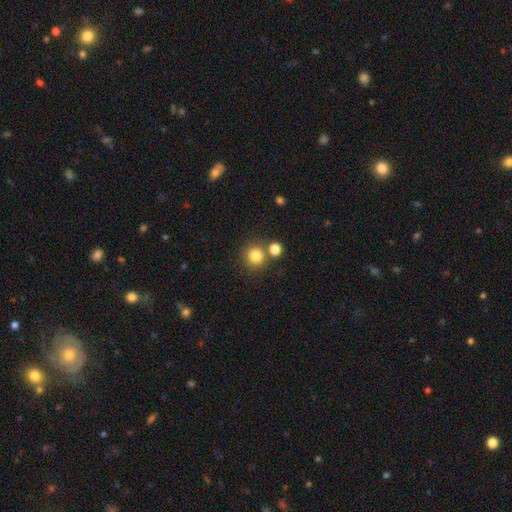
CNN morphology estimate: smooth_or_featured: smooth (p=0.82) [alt: star or artifact p=0.13]
how_rounded: round (p=0.93) [alt: in between p=0.06]
merging: none (p=0.75) [alt: merger p=0.15]